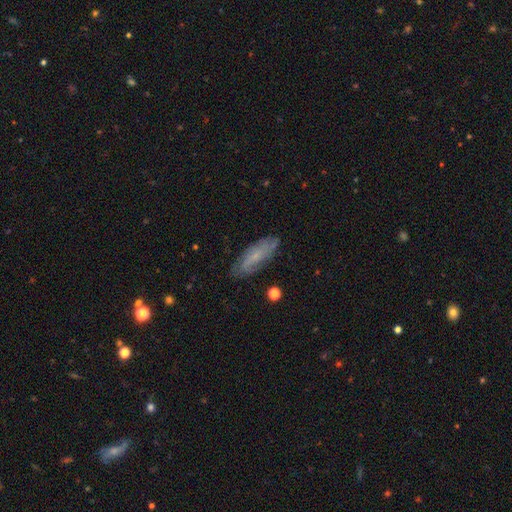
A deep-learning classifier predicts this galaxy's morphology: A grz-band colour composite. It shows a featured or disk galaxy (47%). Merging: none (76%).